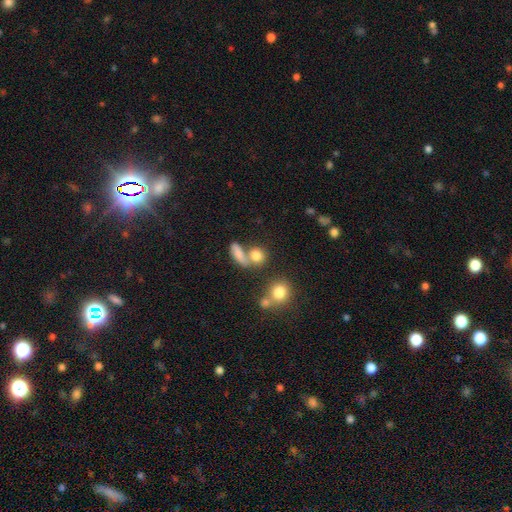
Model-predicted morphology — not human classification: type=smooth (77%); roundness=round (66%); merging=none (47%).